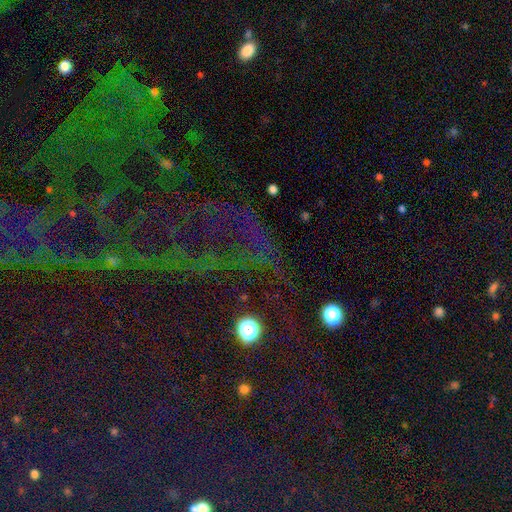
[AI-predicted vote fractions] Morphology: type=star or artifact (71%).